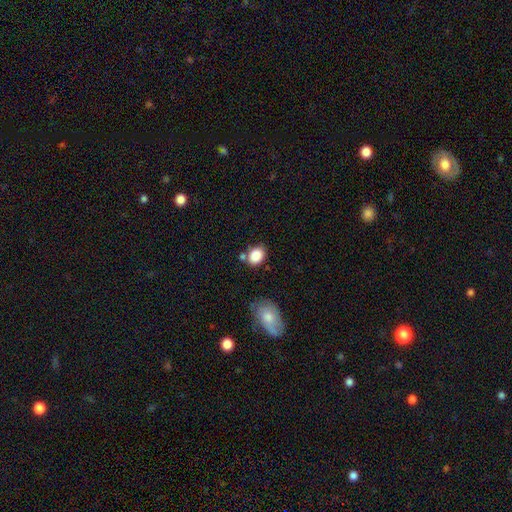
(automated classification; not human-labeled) smooth-or-featured: smooth: 87% | star or artifact: 8% | featured or disk: 5%
  how-rounded: in between: 64% | round: 34% | cigar-shaped: 1%
  merging: none: 63% | minor disturbance: 19% | merger: 14% | major disturbance: 5%